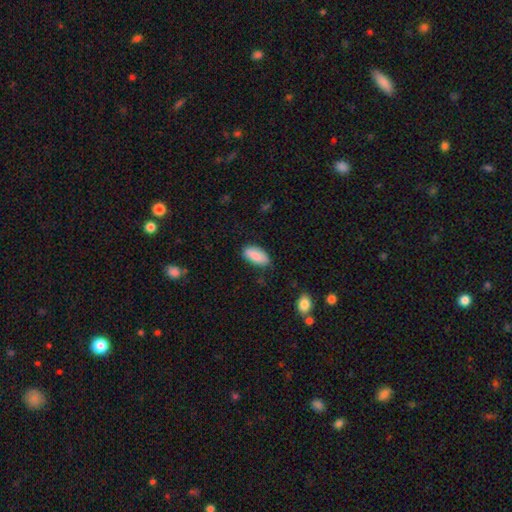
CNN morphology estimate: Smooth or featured? smooth (87%)
How rounded? in between (89%)
Merging? none (77%)